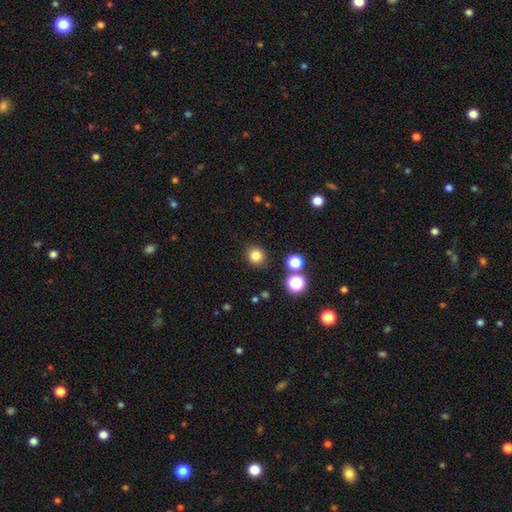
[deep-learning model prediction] A smooth galaxy with no disk features (82%) that is round (85%).

Vote fractions:
- Smooth or featured? smooth: 82% / star or artifact: 13% / featured or disk: 5%
- How rounded? round: 85% / in between: 14% / cigar-shaped: 1%
- Merging? none: 88% / minor disturbance: 7% / merger: 2% / major disturbance: 2%